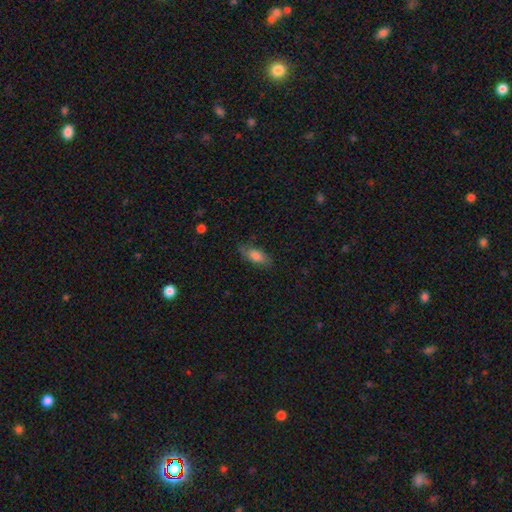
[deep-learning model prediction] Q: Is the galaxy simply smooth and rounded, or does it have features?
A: smooth — 74%.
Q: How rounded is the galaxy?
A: in between — 84%.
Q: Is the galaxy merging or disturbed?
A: none — 72%.